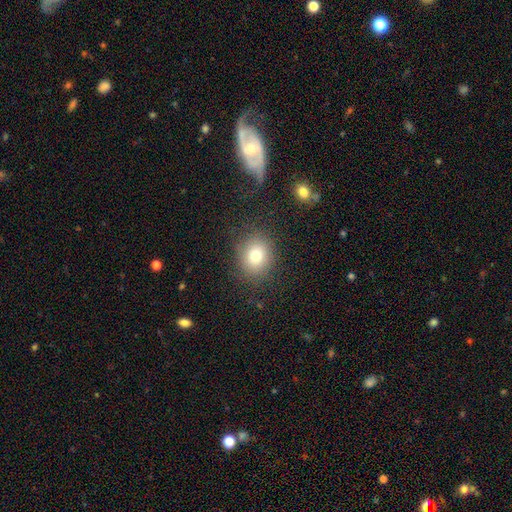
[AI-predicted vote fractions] smooth_or_featured: smooth (p=0.76) [alt: star or artifact p=0.13]
how_rounded: round (p=0.68) [alt: in between p=0.31]
merging: none (p=0.84) [alt: minor disturbance p=0.10]